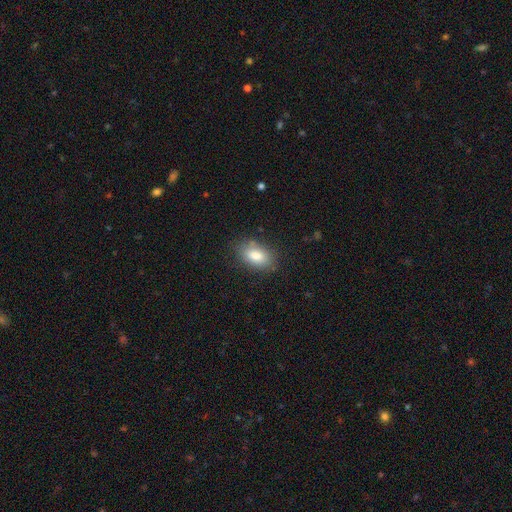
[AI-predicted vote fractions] This is clearly a smooth galaxy (83%). How rounded: clearly in between (90%). Merging: likely none (80%).